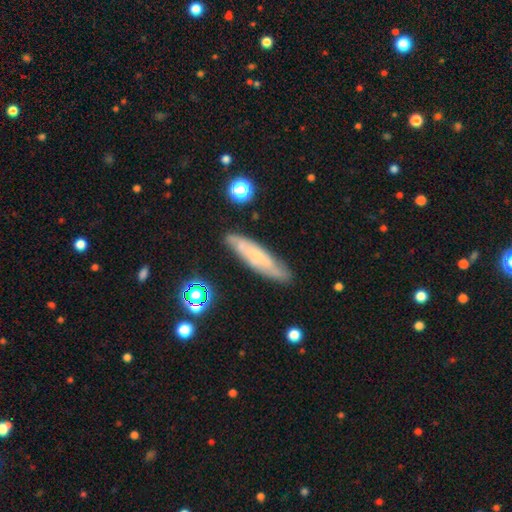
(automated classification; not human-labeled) smooth_or_featured: featured or disk (p=0.46) [alt: smooth p=0.45]
merging: none (p=0.79) [alt: minor disturbance p=0.15]